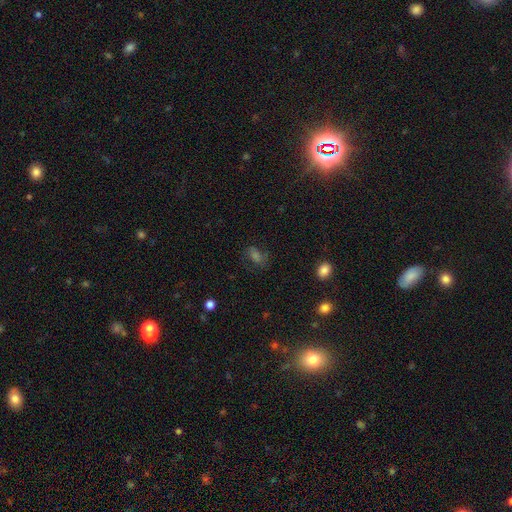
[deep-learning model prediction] smooth-or-featured: smooth: 38% (tied) | star or artifact: 38% (tied) | featured or disk: 24%
  merging: none: 67% | minor disturbance: 17% | major disturbance: 12% | merger: 3%